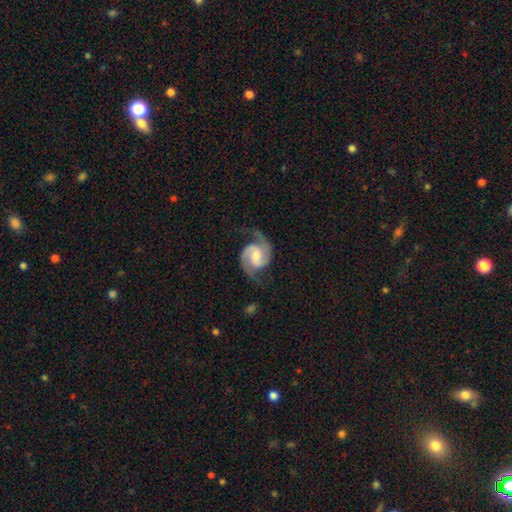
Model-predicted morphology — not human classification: Smooth or featured? featured or disk (92%)
Edge-on disk? no (98%)
Bar? weak (46%)
Spiral arms? yes (98%)
Spiral winding? medium (57%)
Spiral arm count? 2 (94%)
Bulge size? moderate (52%)
Merging? none (74%)